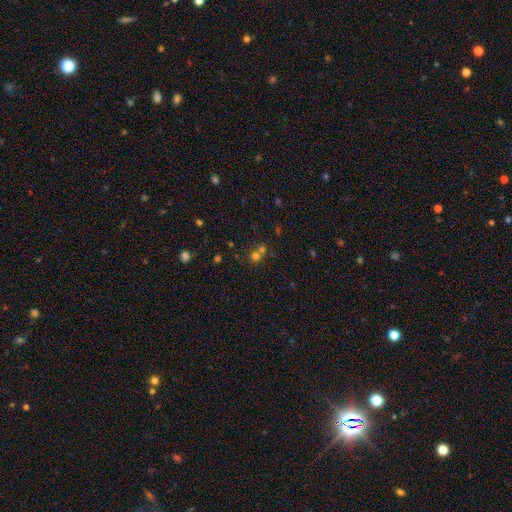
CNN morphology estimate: type=smooth (63%); roundness=round (87%); merging=none (48%).